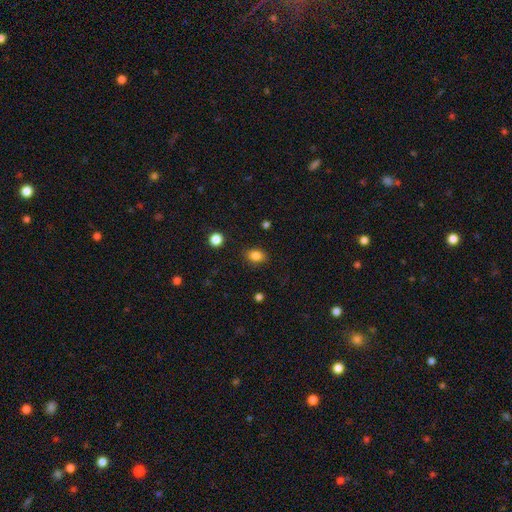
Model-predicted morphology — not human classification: smooth_or_featured: smooth (p=0.84) [alt: star or artifact p=0.11]
how_rounded: in between (p=0.69) [alt: round p=0.30]
merging: none (p=0.86) [alt: minor disturbance p=0.10]